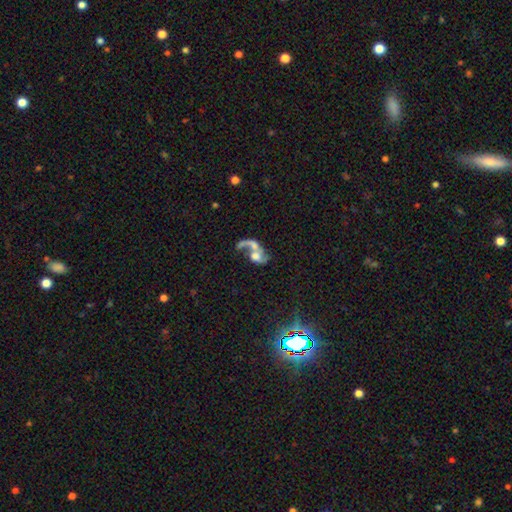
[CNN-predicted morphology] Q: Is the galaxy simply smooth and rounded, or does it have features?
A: featured or disk — 66%.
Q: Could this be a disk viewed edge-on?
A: no — 96%.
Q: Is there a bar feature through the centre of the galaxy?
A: no — 71%.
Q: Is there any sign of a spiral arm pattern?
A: yes — 73%.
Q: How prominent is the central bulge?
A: moderate — 41%.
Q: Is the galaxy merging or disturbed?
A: merger — 54%.